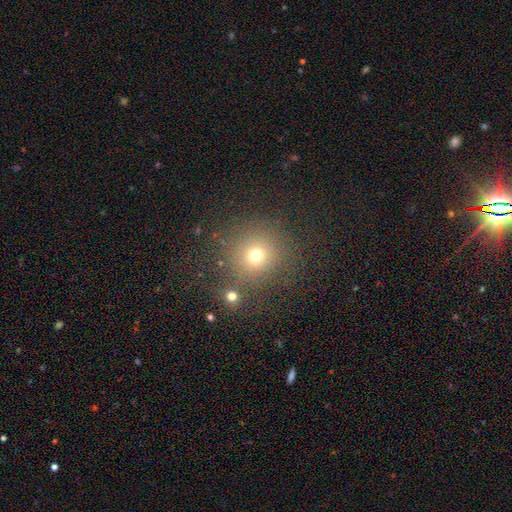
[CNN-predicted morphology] A smooth galaxy with no disk features (69%) that is round (91%). Merging: none (79%).